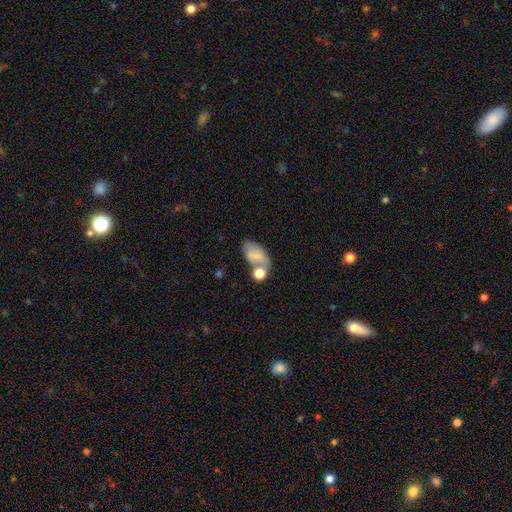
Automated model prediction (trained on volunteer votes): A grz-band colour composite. It shows a smooth galaxy with no disk features (72%) that is in between round and cigar-shaped (89%). Merging: none (35%).